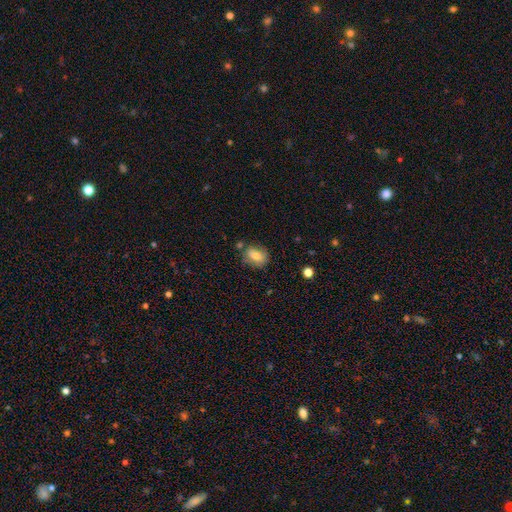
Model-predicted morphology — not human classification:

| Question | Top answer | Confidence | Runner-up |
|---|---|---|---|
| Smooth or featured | smooth | 78% | featured or disk (14%) |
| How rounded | in between | 74% | round (24%) |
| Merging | none | 70% | minor disturbance (19%) |